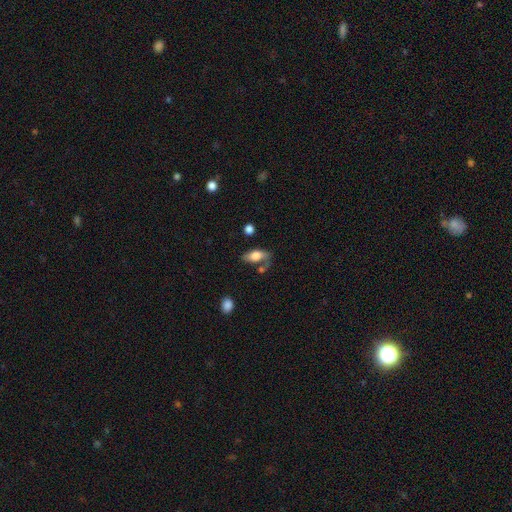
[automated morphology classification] Smooth or featured?
  - smooth: 71% *
  - featured or disk: 21%
  - star or artifact: 8%
How rounded?
  - in between: 86% *
  - cigar-shaped: 8%
  - round: 6%
Merging?
  - none: 47% *
  - minor disturbance: 24%
  - merger: 15%
  - major disturbance: 15%